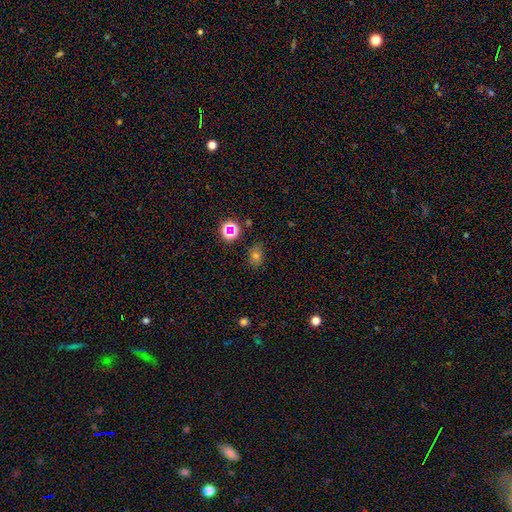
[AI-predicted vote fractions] Smooth or featured: smooth — 63% (star or artifact — 27%)
How rounded: in between — 52% (round — 47%)
Merging: none — 79% (minor disturbance — 14%)